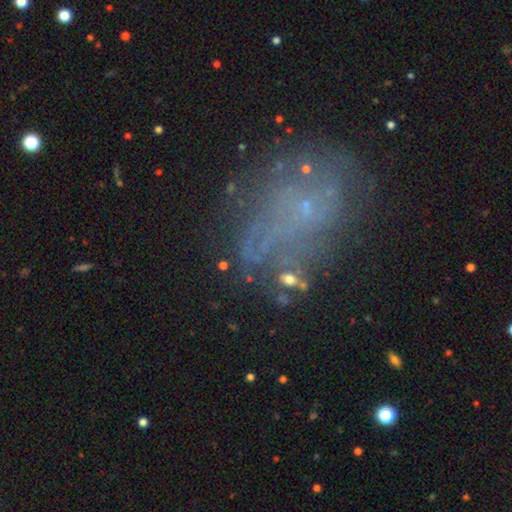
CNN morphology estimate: Smooth or featured? featured or disk (44%)
Merging? none (55%)